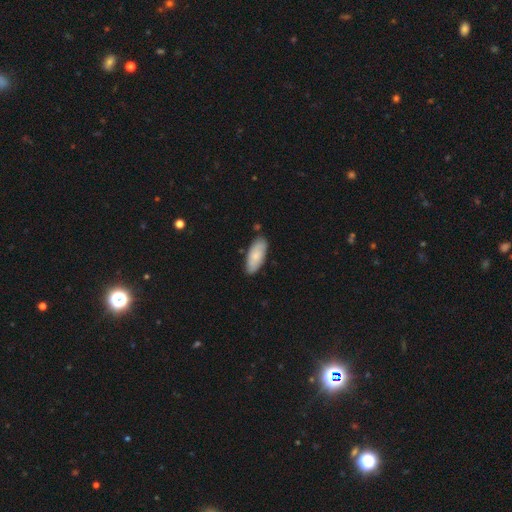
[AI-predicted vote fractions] Overall: smooth (77%). How rounded: in between (84%). Merging: none (82%).